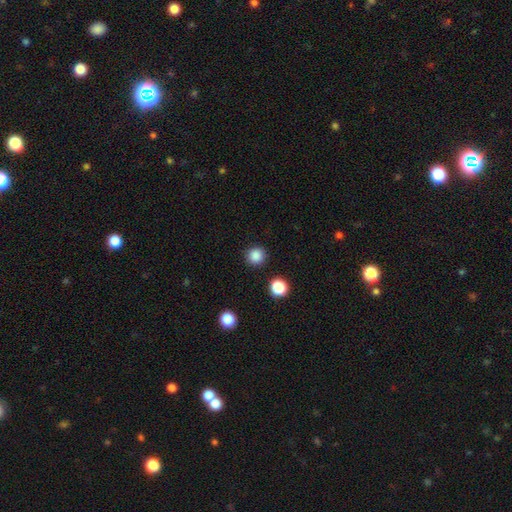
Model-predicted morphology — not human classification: type=smooth (86%); roundness=round (94%); merging=none (90%).